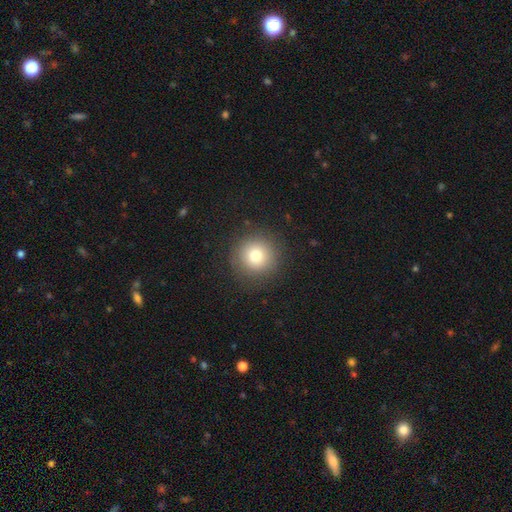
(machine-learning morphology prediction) A smooth galaxy with no disk features (79%) that is round (95%). Merging: none (89%).